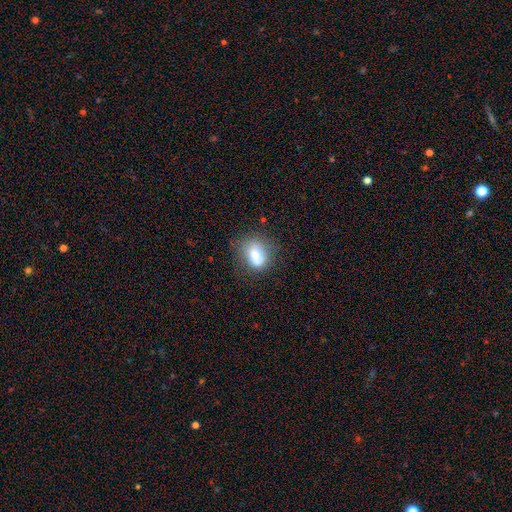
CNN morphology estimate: A smooth galaxy with no disk features (75%) that is in between round and cigar-shaped (68%).

Vote fractions:
- Smooth or featured? smooth: 75% / featured or disk: 15% / star or artifact: 10%
- How rounded? in between: 68% / round: 29% / cigar-shaped: 3%
- Merging? none: 61% / minor disturbance: 25% / major disturbance: 10% / merger: 4%